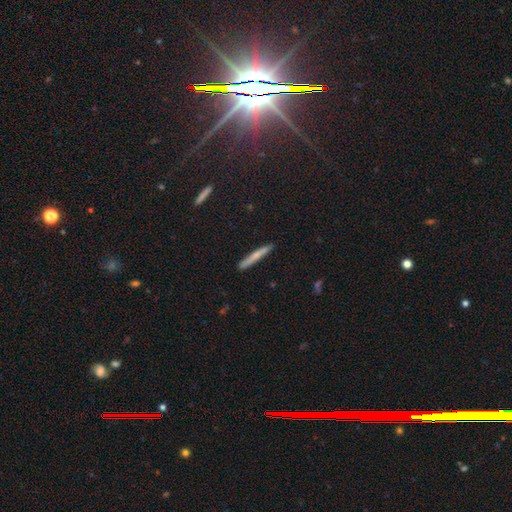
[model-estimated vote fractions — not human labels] smooth-or-featured: smooth: 60% | featured or disk: 34% | star or artifact: 7%
  how-rounded: cigar-shaped: 96% | in between: 3% | round: 2%
  merging: none: 89% | minor disturbance: 8% | major disturbance: 1% | merger: 1%